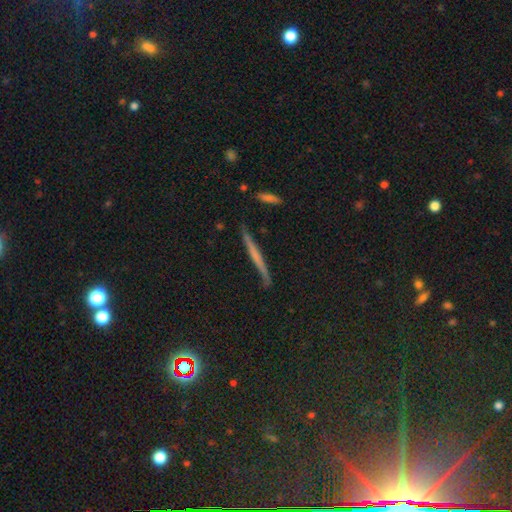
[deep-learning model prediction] Smooth or featured? Predicted: featured or disk (p=0.46). Merging? Predicted: none (p=0.82).